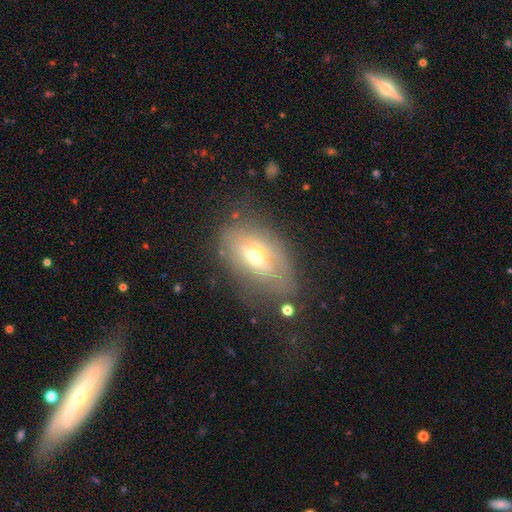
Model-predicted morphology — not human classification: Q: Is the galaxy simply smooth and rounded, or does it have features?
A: featured or disk — 51%.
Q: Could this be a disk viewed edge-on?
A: no — 64%.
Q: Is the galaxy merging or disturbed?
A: none — 59%.